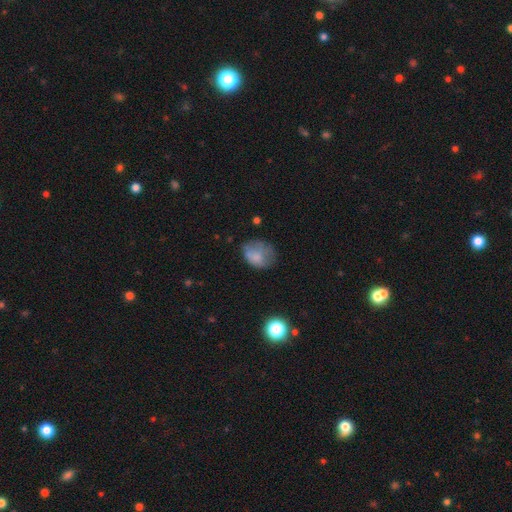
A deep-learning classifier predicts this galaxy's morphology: Overall: smooth (71%). How rounded: in between (52%; round 47%). Merging: none (47%; minor disturbance 31%).